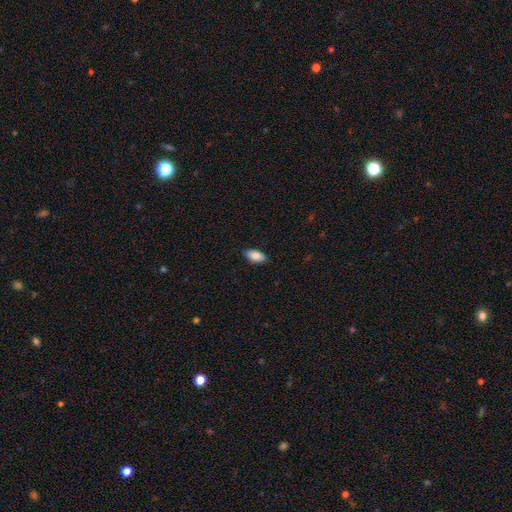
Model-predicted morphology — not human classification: type=smooth (84%); roundness=in between (93%); merging=none (88%).